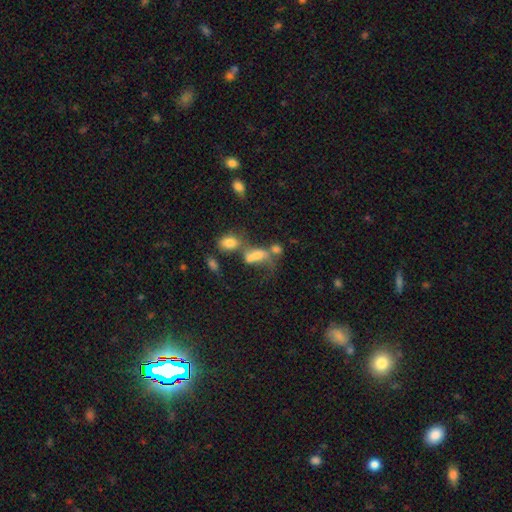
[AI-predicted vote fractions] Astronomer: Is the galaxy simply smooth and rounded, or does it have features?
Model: smooth — 58%.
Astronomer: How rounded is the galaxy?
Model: in between — 78%.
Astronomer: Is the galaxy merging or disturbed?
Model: merger — 52%.